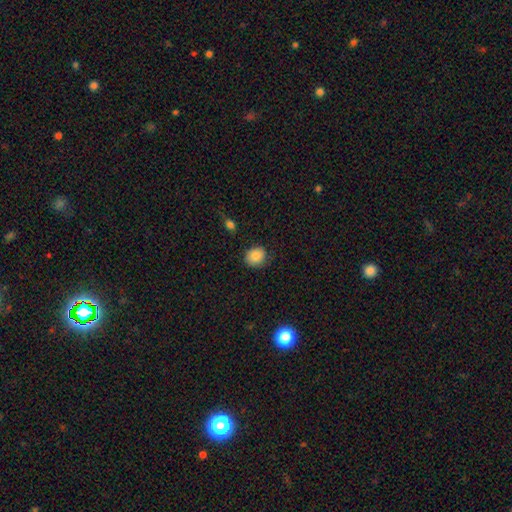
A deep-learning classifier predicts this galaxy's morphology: Smooth or featured: smooth — 85% (star or artifact — 9%)
How rounded: round — 73% (in between — 26%)
Merging: none — 80% (minor disturbance — 15%)